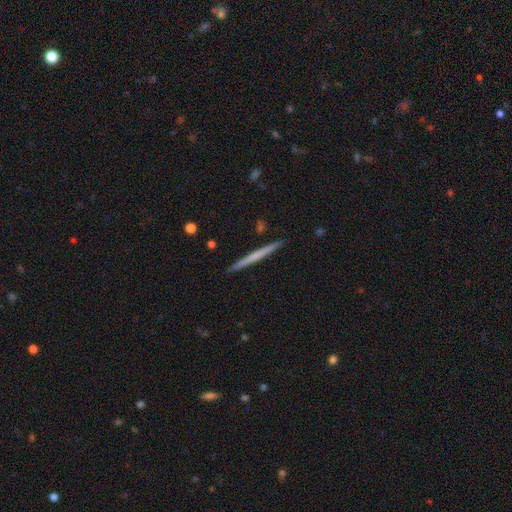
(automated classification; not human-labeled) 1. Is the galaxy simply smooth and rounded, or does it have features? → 48% smooth, 47% featured or disk, 5% star or artifact.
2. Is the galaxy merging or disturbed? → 92% none, 5% minor disturbance, 1% merger, 1% major disturbance.